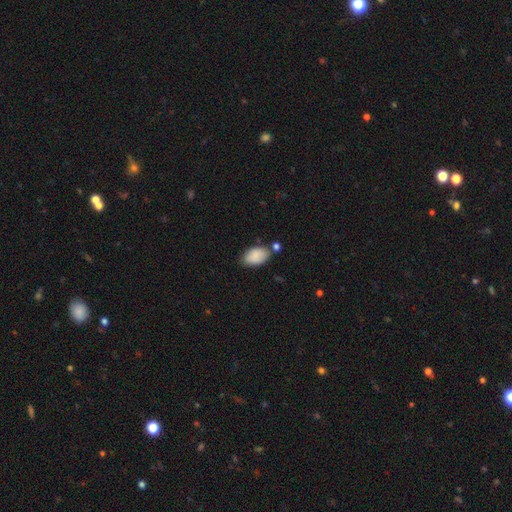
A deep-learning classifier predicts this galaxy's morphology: Smooth or featured: smooth — 87% (star or artifact — 7%)
How rounded: in between — 93% (round — 5%)
Merging: none — 68% (minor disturbance — 18%)